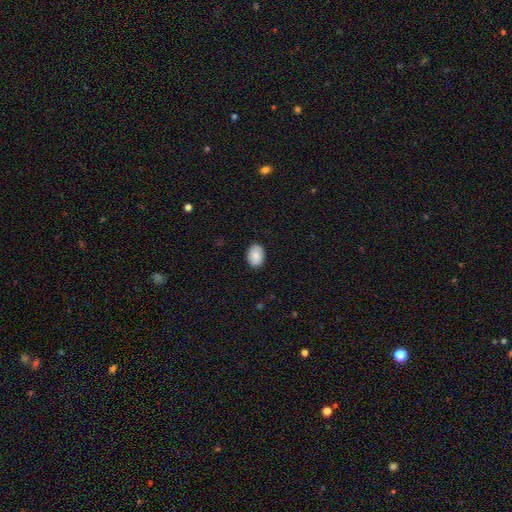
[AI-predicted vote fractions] This appears to be a smooth galaxy with no disk features (84%) that is in between round and cigar-shaped (75%). Merging: none (88%).